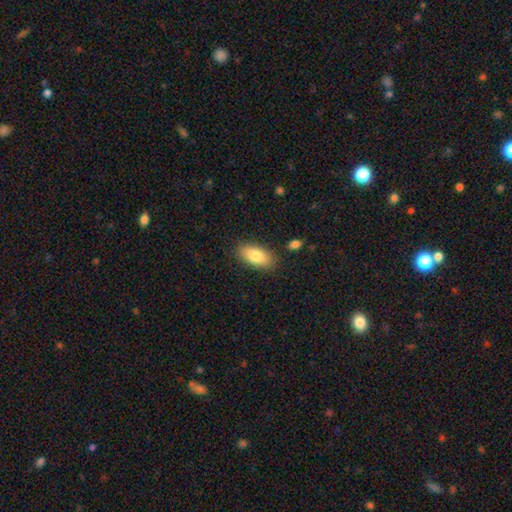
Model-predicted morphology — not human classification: A smooth galaxy with no disk features (82%) that is in between round and cigar-shaped (90%).

Vote fractions:
- Smooth or featured? smooth: 82% / featured or disk: 11% / star or artifact: 7%
- How rounded? in between: 90% / cigar-shaped: 7% / round: 3%
- Merging? none: 85% / minor disturbance: 10% / major disturbance: 3% / merger: 2%